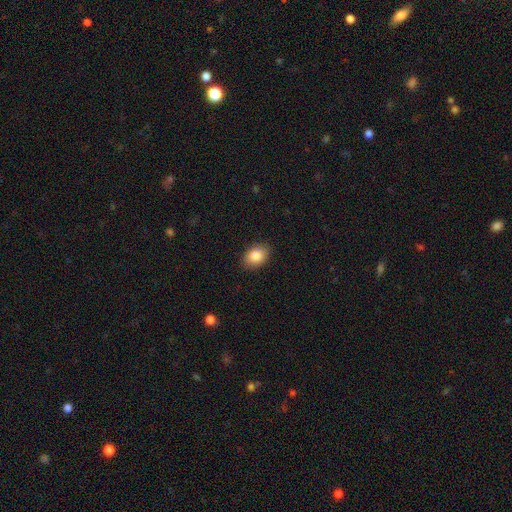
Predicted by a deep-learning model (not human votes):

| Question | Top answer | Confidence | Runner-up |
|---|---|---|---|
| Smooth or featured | smooth | 85% | star or artifact (8%) |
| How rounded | in between | 82% | round (17%) |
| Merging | none | 88% | minor disturbance (9%) |